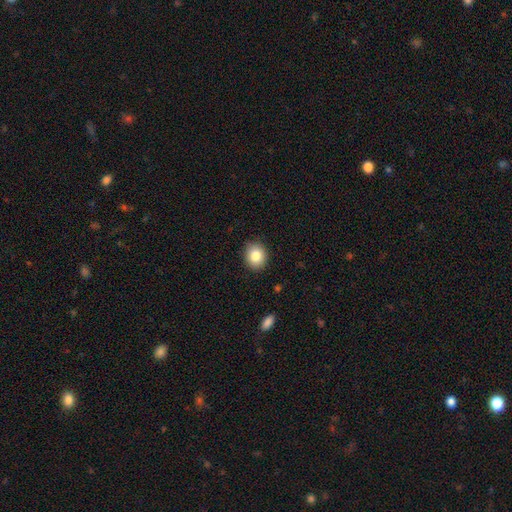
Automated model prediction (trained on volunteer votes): The model was most divided on "how rounded": round: 62%, in between: 37%, cigar-shaped: 1%. More confident: merging — none (89%); smooth or featured — smooth (83%).